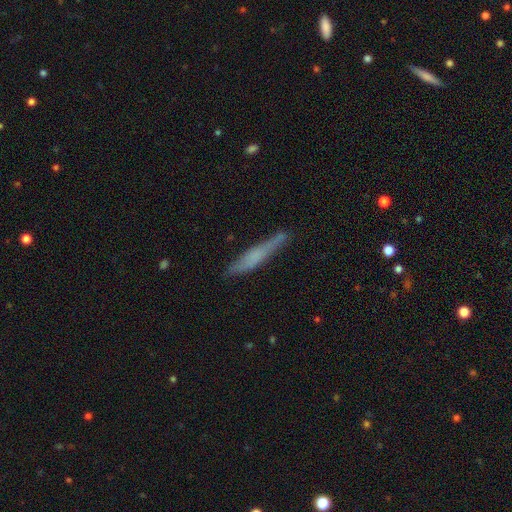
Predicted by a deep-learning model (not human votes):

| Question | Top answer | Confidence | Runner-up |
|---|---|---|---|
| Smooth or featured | smooth | 51% | featured or disk (42%) |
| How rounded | cigar-shaped | 93% | in between (5%) |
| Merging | none | 73% | minor disturbance (20%) |